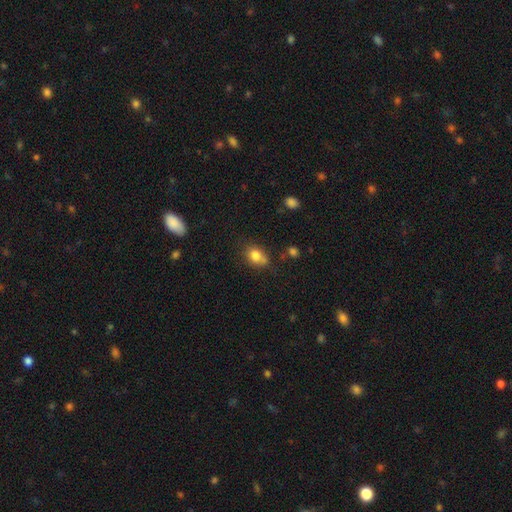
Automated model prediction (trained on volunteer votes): smooth 80%, star or artifact 11%, featured or disk 9%. Down the decision tree: how rounded — in between (53%); merging — none (55%).